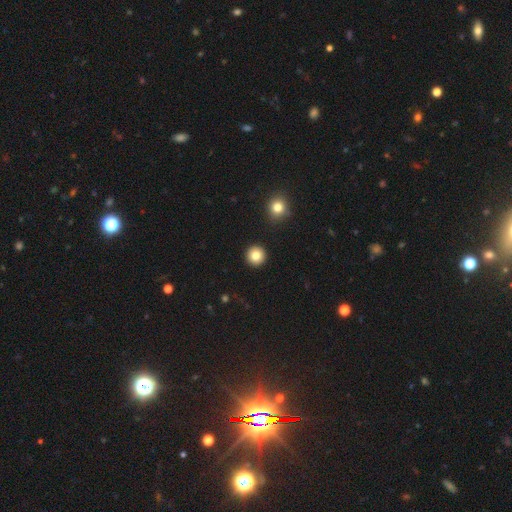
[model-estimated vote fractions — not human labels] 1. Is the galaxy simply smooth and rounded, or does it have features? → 83% smooth, 10% star or artifact, 7% featured or disk.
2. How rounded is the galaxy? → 96% round, 3% in between, 1% cigar-shaped.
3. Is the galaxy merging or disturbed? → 93% none, 4% minor disturbance, 2% major disturbance, 2% merger.